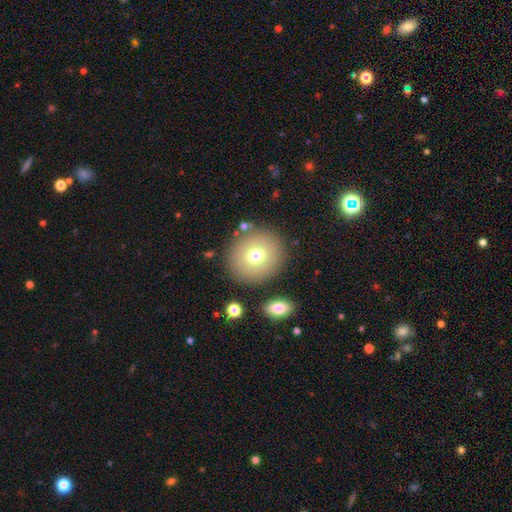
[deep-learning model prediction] smooth_or_featured: smooth (p=0.71) [alt: featured or disk p=0.17]
how_rounded: round (p=0.84) [alt: in between p=0.15]
merging: none (p=0.84) [alt: minor disturbance p=0.08]